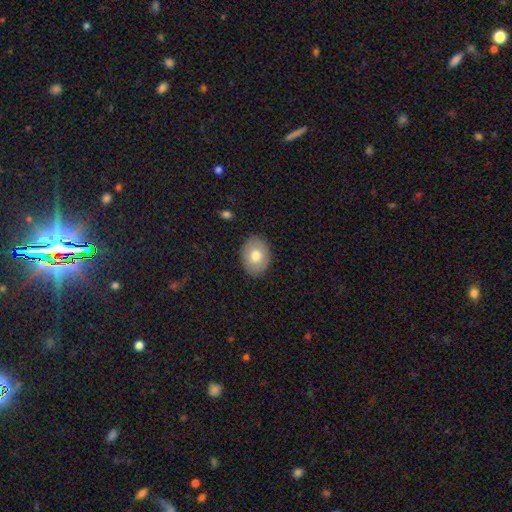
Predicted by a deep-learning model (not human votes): smooth-or-featured: smooth: 72% | featured or disk: 21% | star or artifact: 7%
  how-rounded: in between: 67% | round: 32% | cigar-shaped: 1%
  merging: none: 88% | minor disturbance: 9% | major disturbance: 2% | merger: 1%